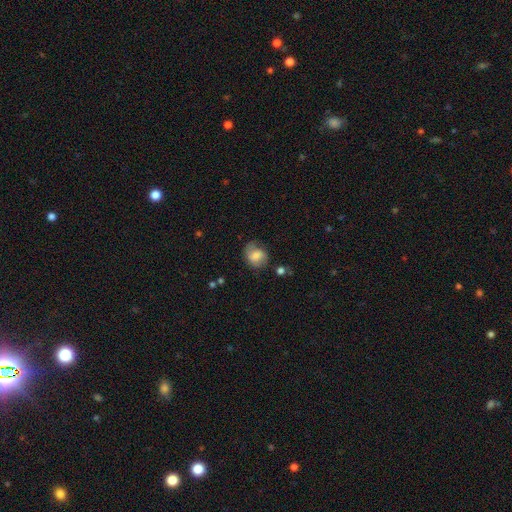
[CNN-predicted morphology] A smooth galaxy with no disk features (61%) that is round (54%).

Vote fractions:
- Smooth or featured? smooth: 61% / featured or disk: 30% / star or artifact: 9%
- How rounded? round: 54% / in between: 45% / cigar-shaped: 1%
- Merging? none: 57% / minor disturbance: 27% / major disturbance: 13% / merger: 3%